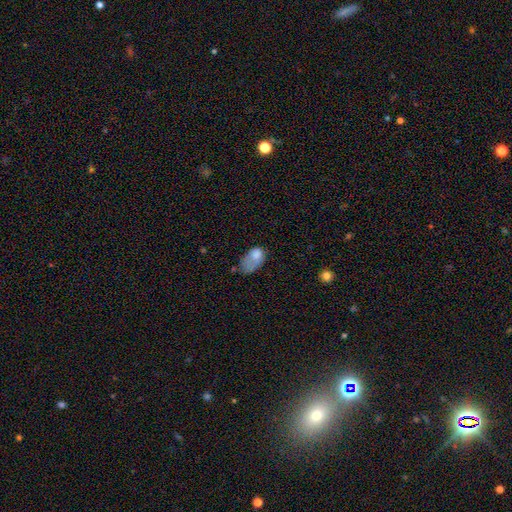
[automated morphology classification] smooth 70%, featured or disk 20%, star or artifact 10%. Down the decision tree: how rounded — in between (88%); merging — major disturbance (41%).